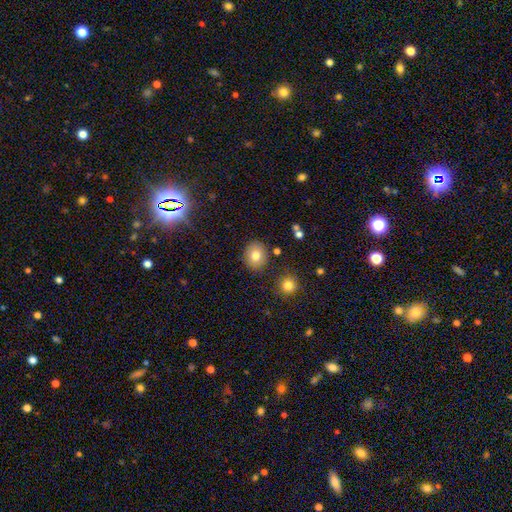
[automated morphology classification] A smooth galaxy with no disk features (78%) that is round (71%).

Vote fractions:
- Smooth or featured? smooth: 78% / featured or disk: 11% / star or artifact: 11%
- How rounded? round: 71% / in between: 29% / cigar-shaped: 1%
- Merging? none: 84% / minor disturbance: 9% / merger: 3% / major disturbance: 3%